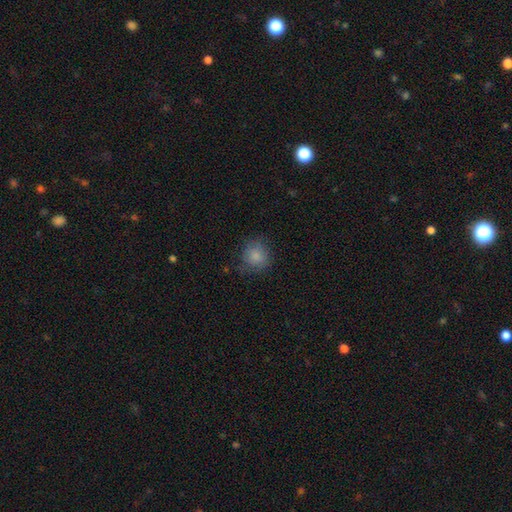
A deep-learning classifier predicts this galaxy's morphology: Smooth or featured?
  - smooth: 82% *
  - star or artifact: 10%
  - featured or disk: 7%
How rounded?
  - round: 86% *
  - in between: 13%
  - cigar-shaped: 1%
Merging?
  - none: 72% *
  - minor disturbance: 20%
  - major disturbance: 6%
  - merger: 1%